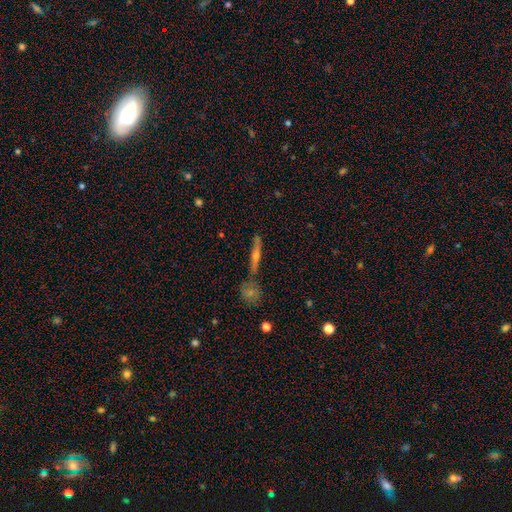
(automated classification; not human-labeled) smooth-or-featured: featured or disk: 61% | smooth: 31% | star or artifact: 8%
  disk-edge-on: yes: 94% | no: 6%
    edge-on-bulge: rounded: 85% | none: 12% | boxy: 4%
  merging: none: 79% | minor disturbance: 10% | merger: 9% | major disturbance: 2%